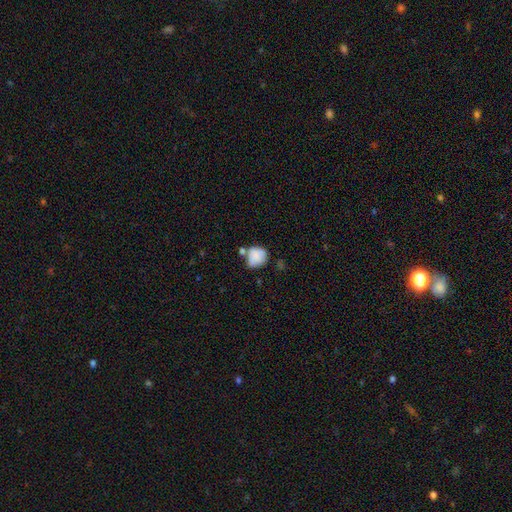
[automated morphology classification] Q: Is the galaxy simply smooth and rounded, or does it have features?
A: smooth — 80%.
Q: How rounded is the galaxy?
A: round — 65%.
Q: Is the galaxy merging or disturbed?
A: none — 42%.